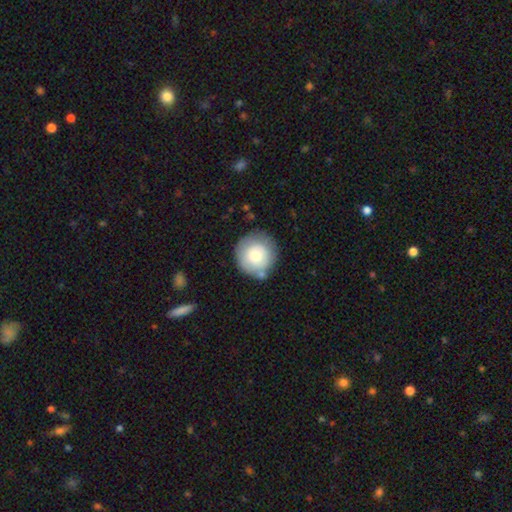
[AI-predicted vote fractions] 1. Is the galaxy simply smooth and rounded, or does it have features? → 75% smooth, 18% featured or disk, 7% star or artifact.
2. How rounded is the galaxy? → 94% round, 5% in between, 1% cigar-shaped.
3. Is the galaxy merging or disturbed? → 70% none, 16% minor disturbance, 8% merger, 5% major disturbance.